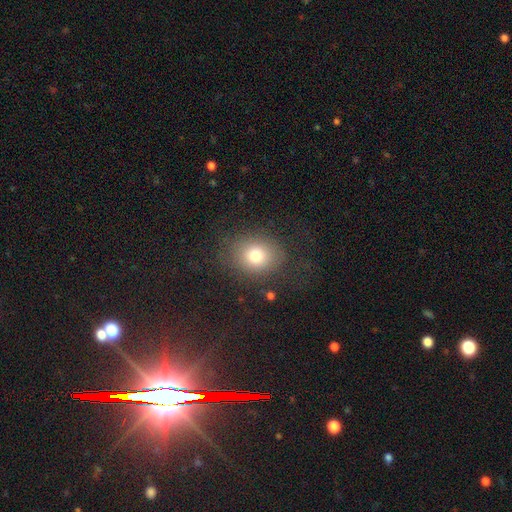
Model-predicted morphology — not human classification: This is likely a smooth galaxy (75%). How rounded: possibly round (60%). Merging: likely none (76%).